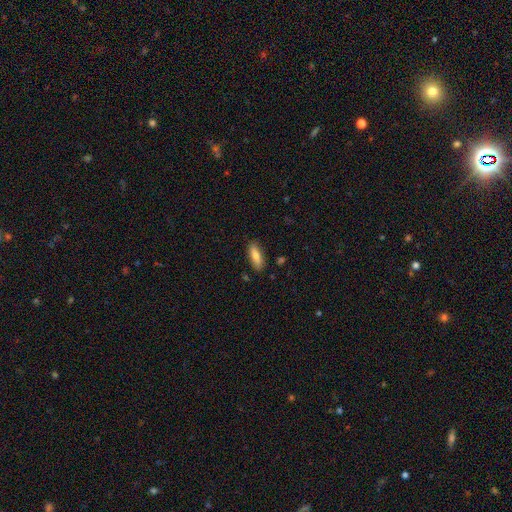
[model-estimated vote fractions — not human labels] This appears to be a smooth galaxy with no disk features (79%) that is in between round and cigar-shaped (57%). Merging: none (85%).